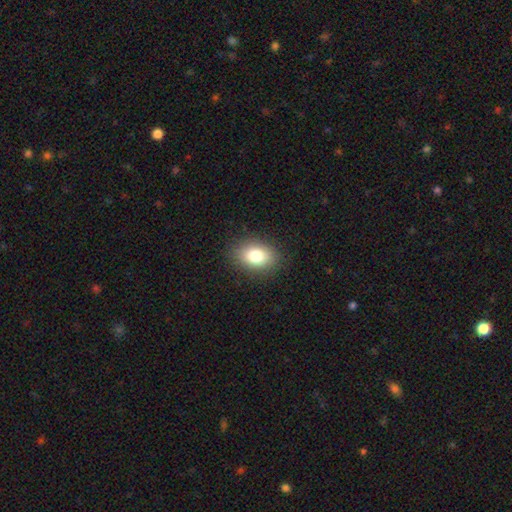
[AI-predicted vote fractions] Smooth or featured?
  - smooth: 80% *
  - featured or disk: 10%
  - star or artifact: 10%
How rounded?
  - in between: 77% *
  - round: 21%
  - cigar-shaped: 1%
Merging?
  - none: 88% *
  - minor disturbance: 9%
  - major disturbance: 3%
  - merger: 1%